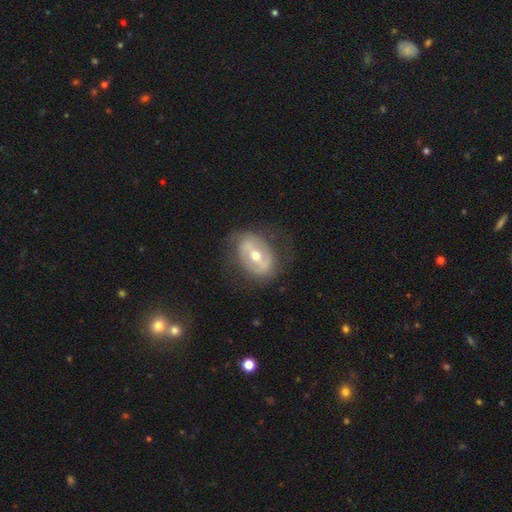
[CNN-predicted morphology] A featured or disk galaxy (72%) with a strong bar (52%), spiral arms (50%, tied with no) and a moderate central bulge (63%). Merging: none (69%).